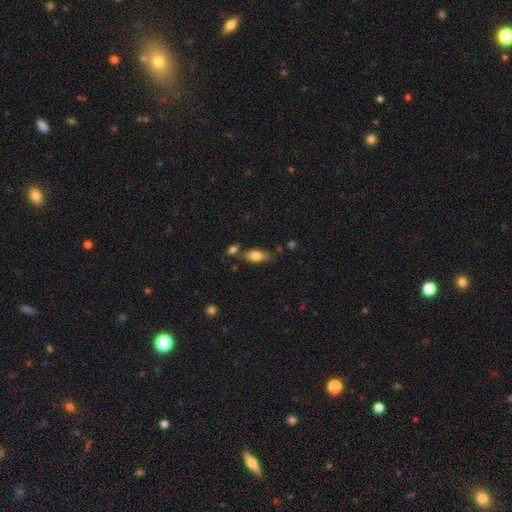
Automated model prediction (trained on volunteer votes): smooth 78%, featured or disk 14%, star or artifact 7%. Down the decision tree: how rounded — in between (85%); merging — none (64%).